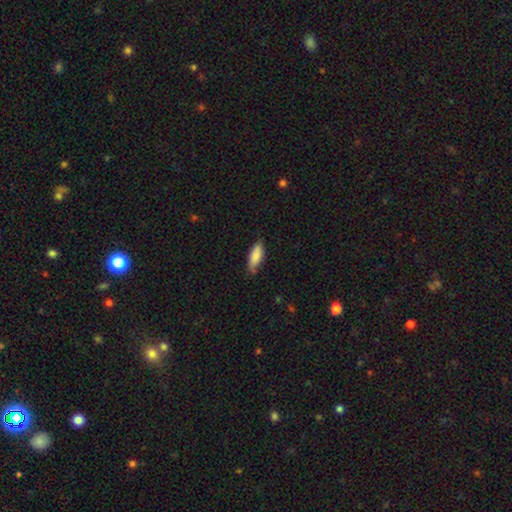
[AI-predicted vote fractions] Smooth or featured: smooth — 86% (featured or disk — 8%)
How rounded: in between — 73% (cigar-shaped — 26%)
Merging: none — 72% (minor disturbance — 23%)